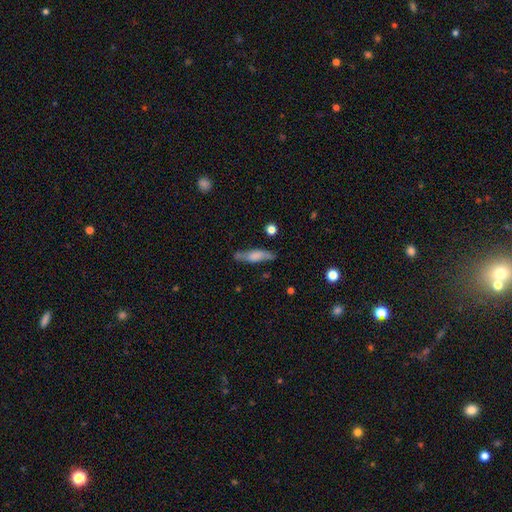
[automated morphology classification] Smooth or featured?
  - smooth: 60% *
  - featured or disk: 33%
  - star or artifact: 7%
How rounded?
  - cigar-shaped: 67% *
  - in between: 30%
  - round: 2%
Merging?
  - none: 73% *
  - minor disturbance: 19%
  - major disturbance: 5%
  - merger: 4%